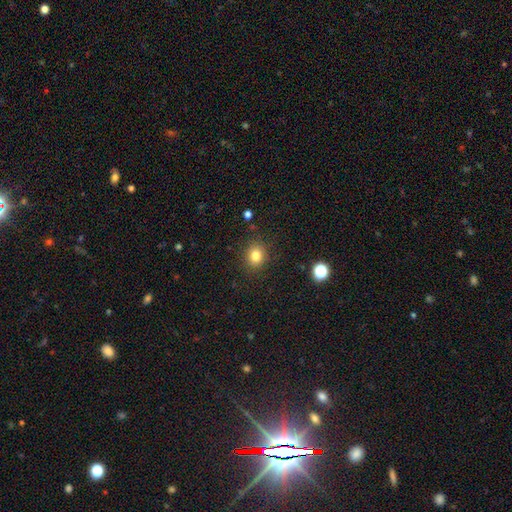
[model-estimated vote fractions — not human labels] This is clearly a smooth galaxy (81%). How rounded: likely round (72%). Merging: clearly none (88%).